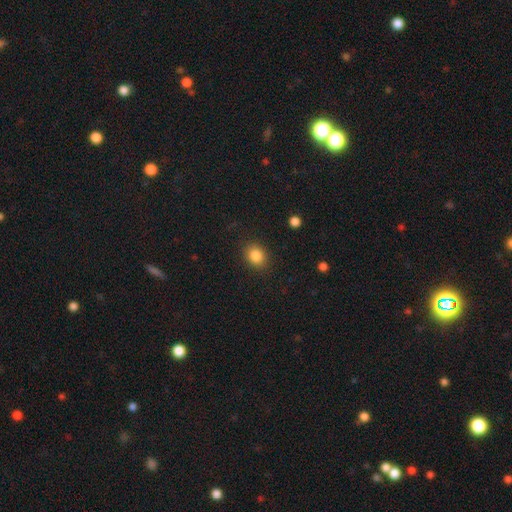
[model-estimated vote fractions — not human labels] The model was most divided on "how rounded": round: 61%, in between: 38%, cigar-shaped: 1%. More confident: merging — none (88%); smooth or featured — smooth (85%).